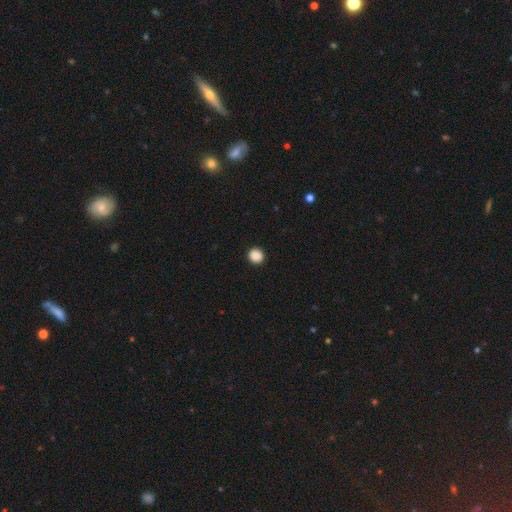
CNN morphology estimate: smooth-or-featured: smooth: 89% | star or artifact: 9% | featured or disk: 2%
  how-rounded: round: 90% | in between: 9% | cigar-shaped: 1%
  merging: none: 92% | minor disturbance: 5% | major disturbance: 2% | merger: 1%